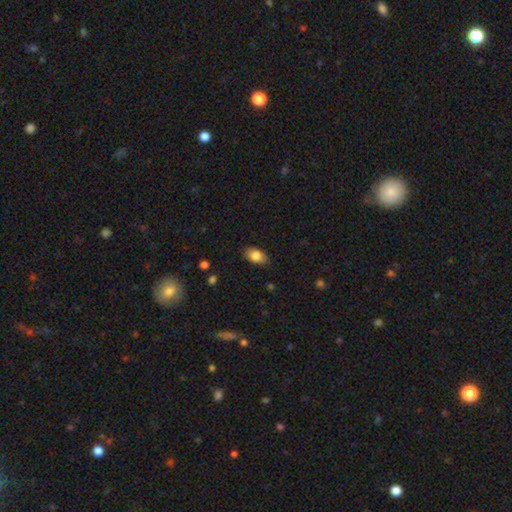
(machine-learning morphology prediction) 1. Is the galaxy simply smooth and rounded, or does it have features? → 83% smooth, 9% featured or disk, 8% star or artifact.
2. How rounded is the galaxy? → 90% in between, 8% round, 2% cigar-shaped.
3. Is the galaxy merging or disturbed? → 83% none, 13% minor disturbance, 3% major disturbance, 1% merger.